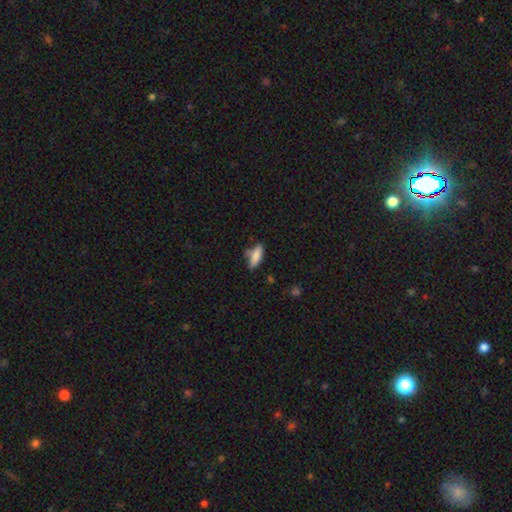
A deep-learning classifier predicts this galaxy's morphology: This appears to be a smooth galaxy with no disk features (83%) that is in between round and cigar-shaped (56%). Merging: none (60%).